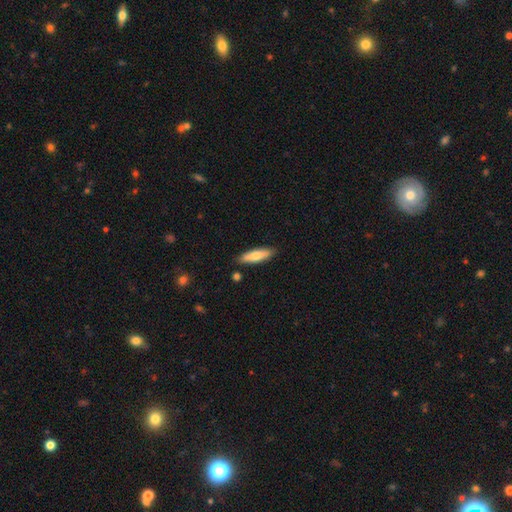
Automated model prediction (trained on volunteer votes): smooth 70%, featured or disk 24%, star or artifact 6%. Down the decision tree: how rounded — cigar-shaped (66%); merging — none (86%).